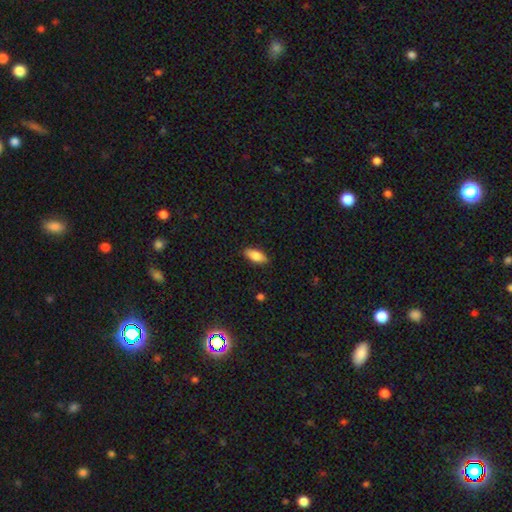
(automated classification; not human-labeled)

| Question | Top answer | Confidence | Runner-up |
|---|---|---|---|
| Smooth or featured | smooth | 80% | featured or disk (14%) |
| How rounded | in between | 81% | cigar-shaped (16%) |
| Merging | none | 87% | minor disturbance (10%) |